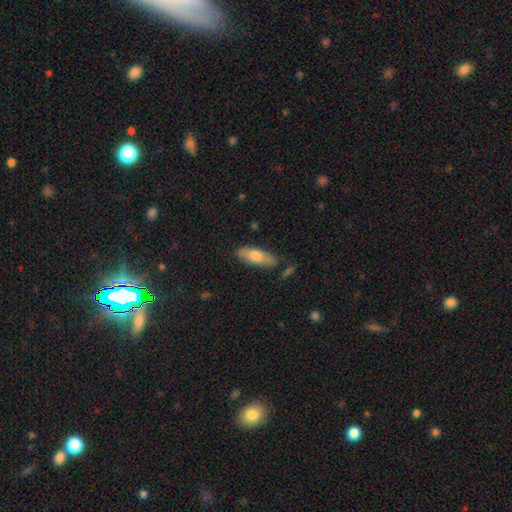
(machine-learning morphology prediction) Overall: smooth (70%). How rounded: in between (64%; cigar-shaped 34%). Merging: none (81%).